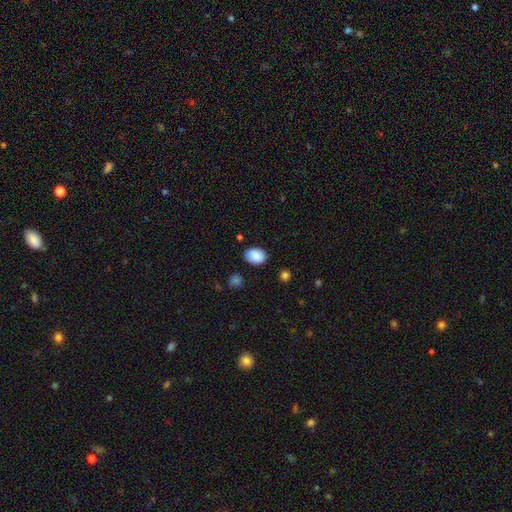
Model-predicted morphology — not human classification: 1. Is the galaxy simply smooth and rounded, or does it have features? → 89% smooth, 7% star or artifact, 4% featured or disk.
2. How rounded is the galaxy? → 78% in between, 21% round, 1% cigar-shaped.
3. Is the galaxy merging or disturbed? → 83% none, 12% minor disturbance, 3% major disturbance, 2% merger.